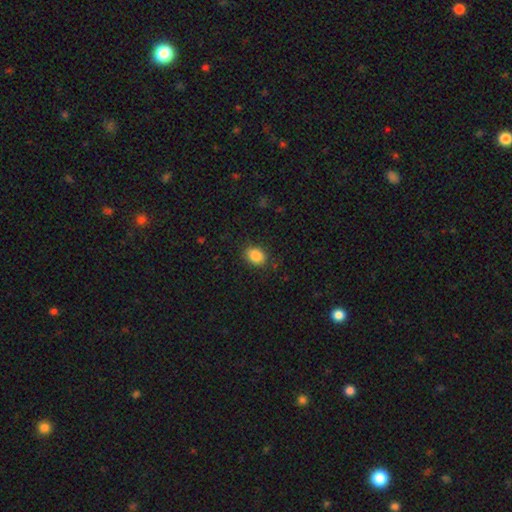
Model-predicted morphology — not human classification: A smooth galaxy with no disk features (88%) that is in between round and cigar-shaped (70%). Merging: none (86%).